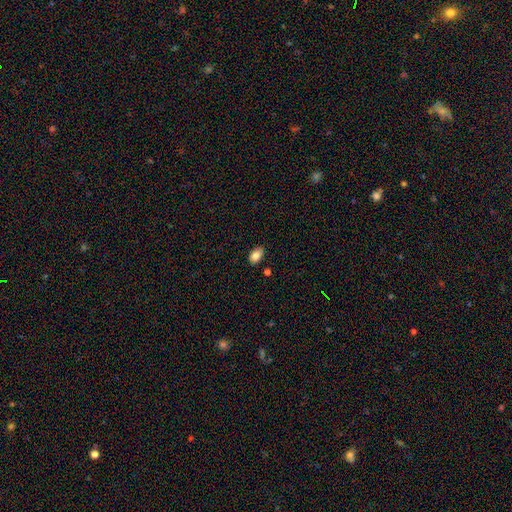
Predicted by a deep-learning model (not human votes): The model was most divided on "merging": none: 84%, minor disturbance: 12%, merger: 2%, major disturbance: 2%. More confident: how rounded — in between (91%); smooth or featured — smooth (84%).